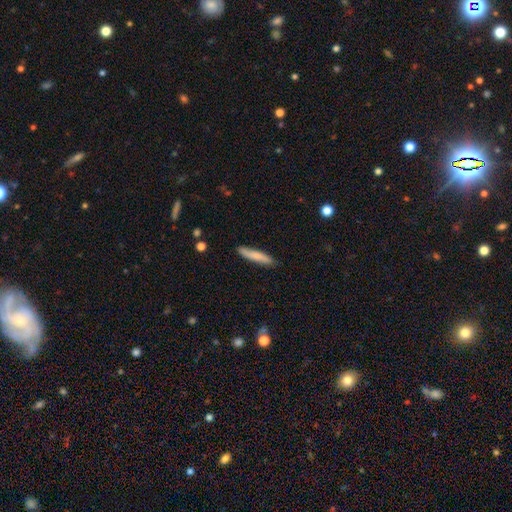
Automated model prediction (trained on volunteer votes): A smooth galaxy with no disk features (75%) that is cigar-shaped (89%). Merging: none (83%).